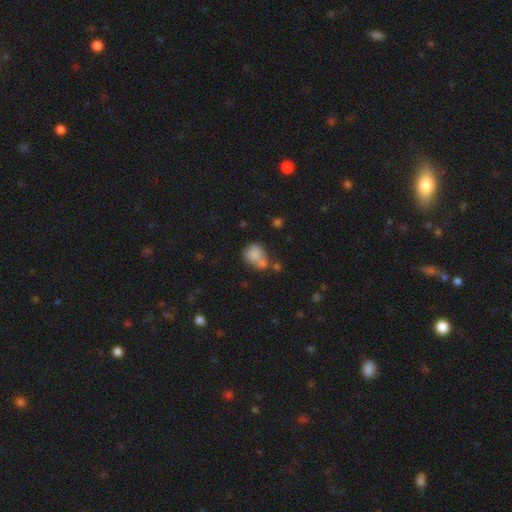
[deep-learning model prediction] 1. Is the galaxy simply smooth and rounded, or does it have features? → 79% smooth, 11% featured or disk, 10% star or artifact.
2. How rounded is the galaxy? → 66% round, 32% in between, 1% cigar-shaped.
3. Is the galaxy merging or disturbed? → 38% merger (tied), 38% none (tied), 16% minor disturbance, 8% major disturbance.